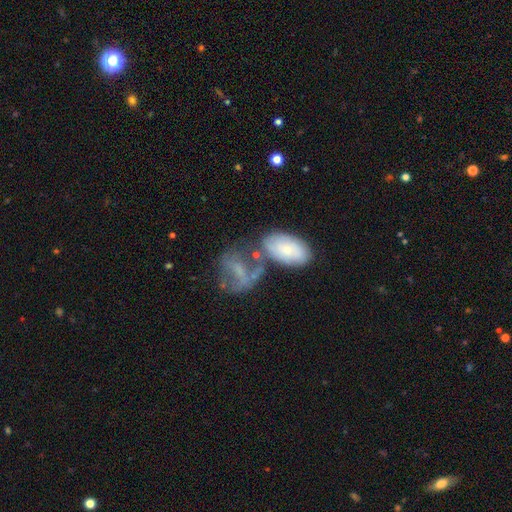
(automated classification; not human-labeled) smooth_or_featured: smooth (p=0.46) [alt: featured or disk p=0.42]
merging: merger (p=0.37) [alt: none p=0.35]